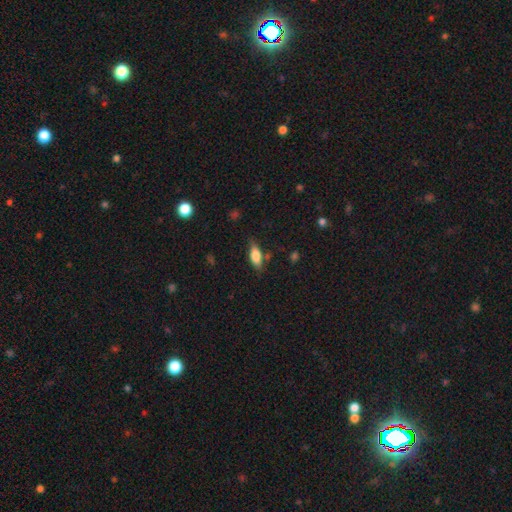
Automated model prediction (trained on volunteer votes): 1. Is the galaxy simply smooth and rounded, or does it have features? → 77% smooth, 15% featured or disk, 8% star or artifact.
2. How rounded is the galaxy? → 78% in between, 19% cigar-shaped, 3% round.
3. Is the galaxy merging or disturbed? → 72% none, 20% minor disturbance, 5% major disturbance, 3% merger.